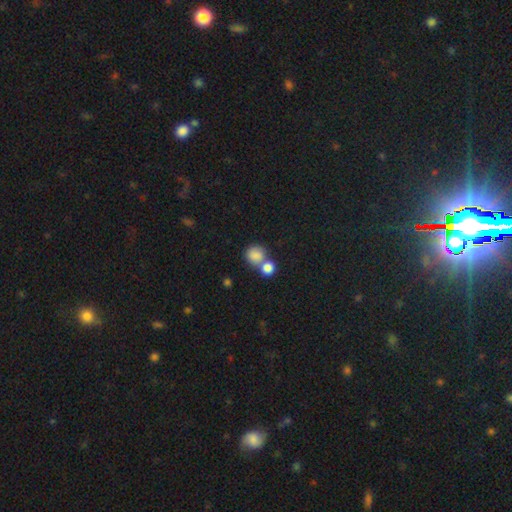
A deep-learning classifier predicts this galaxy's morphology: A smooth galaxy with no disk features (83%) that is round (79%). Merging: merger (46%).